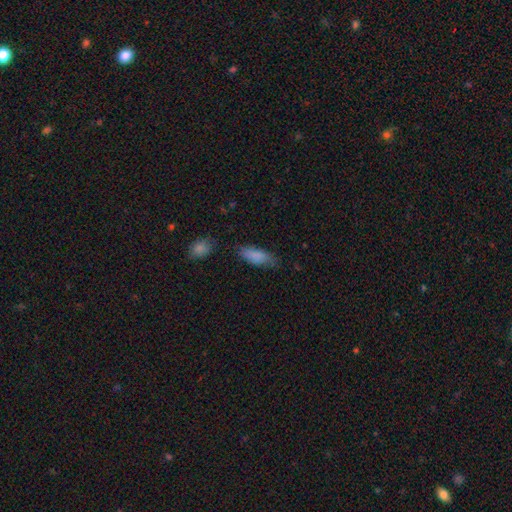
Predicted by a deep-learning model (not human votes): This is clearly a smooth galaxy (84%). How rounded: likely in between (76%). Merging: likely none (65%).